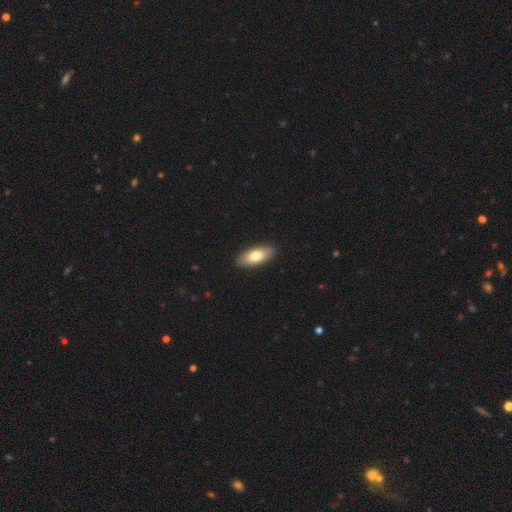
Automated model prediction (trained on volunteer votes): smooth_or_featured: smooth (p=0.76) [alt: featured or disk p=0.18]
how_rounded: in between (p=0.83) [alt: cigar-shaped p=0.15]
merging: none (p=0.90) [alt: minor disturbance p=0.08]